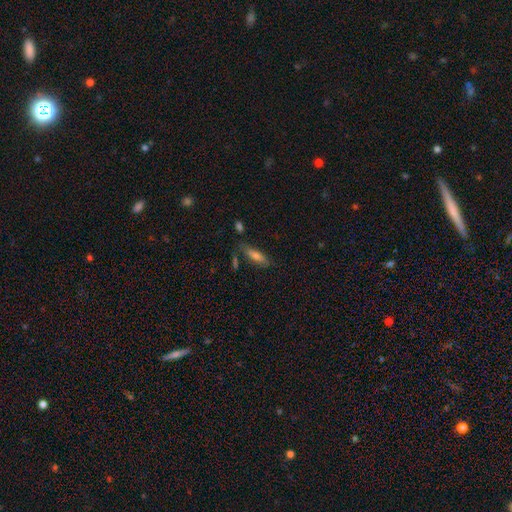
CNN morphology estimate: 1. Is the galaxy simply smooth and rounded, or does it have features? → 65% smooth, 26% featured or disk, 9% star or artifact.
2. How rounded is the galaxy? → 53% cigar-shaped, 45% in between, 2% round.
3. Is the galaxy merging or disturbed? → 73% none, 17% minor disturbance, 6% merger, 5% major disturbance.